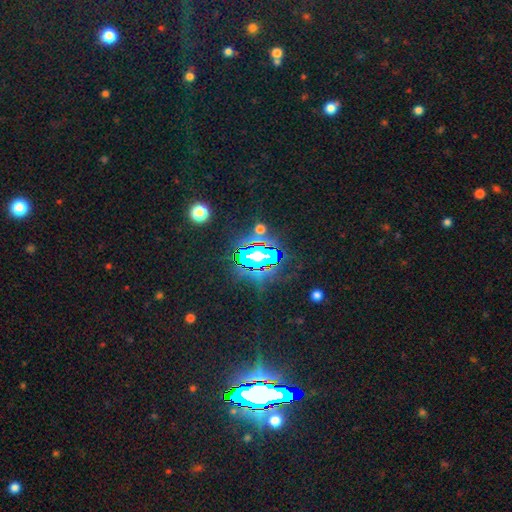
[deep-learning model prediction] This is likely a star or artifact rather than a galaxy (71%).